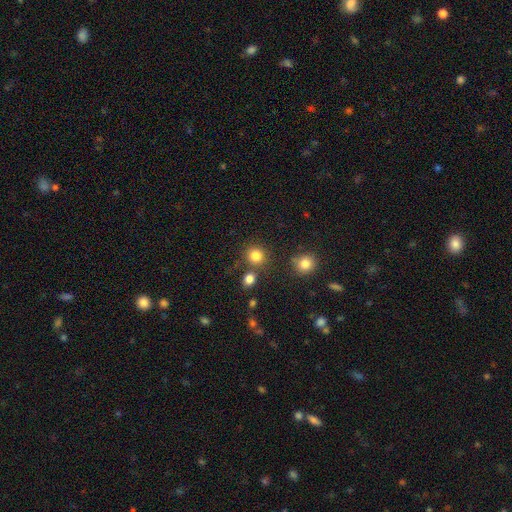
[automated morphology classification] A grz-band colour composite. It shows a smooth galaxy with no disk features (81%) that is round (89%). Merging: none (77%).